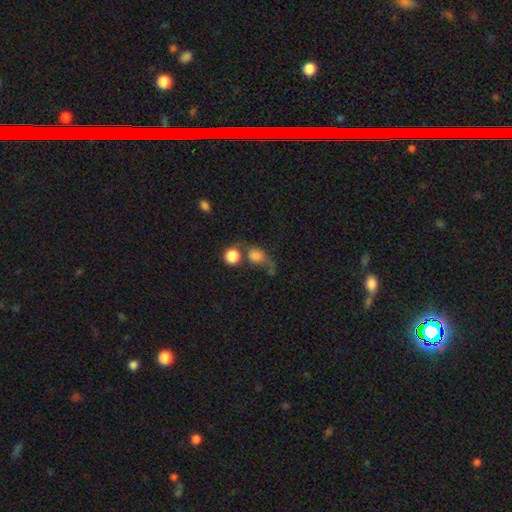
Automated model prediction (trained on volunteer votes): This is likely a smooth galaxy (74%). How rounded: likely round (62%). Merging: marginally merger (32%).